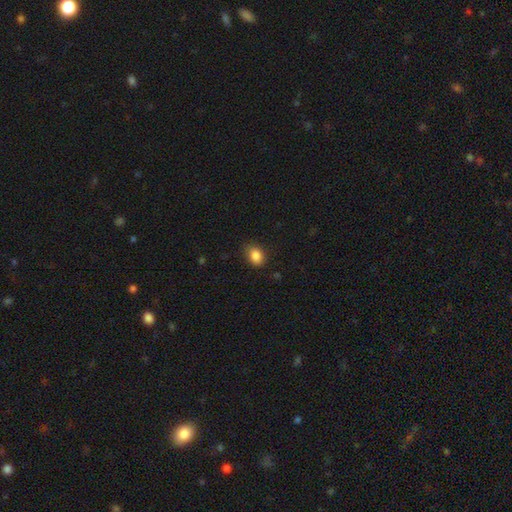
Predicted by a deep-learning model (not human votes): This is clearly a smooth galaxy (86%). How rounded: likely in between (70%). Merging: likely none (78%).